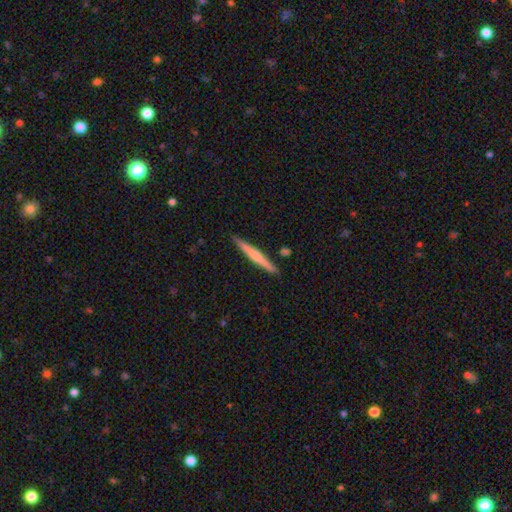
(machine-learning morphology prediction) type=featured or disk (51%); edge-on=yes (98%); merging=none (90%).